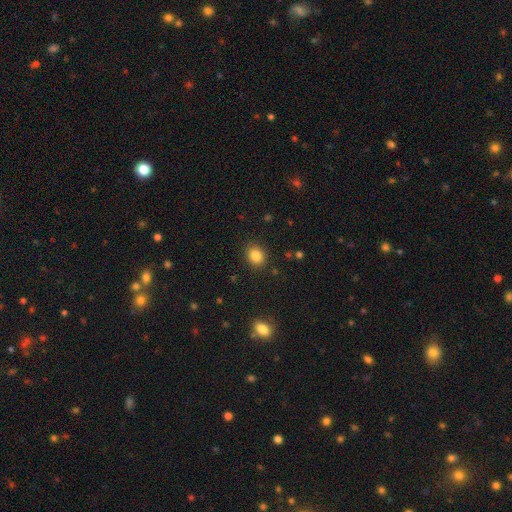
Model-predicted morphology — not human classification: This is clearly a smooth galaxy (85%). How rounded: possibly round (53%). Merging: clearly none (87%).